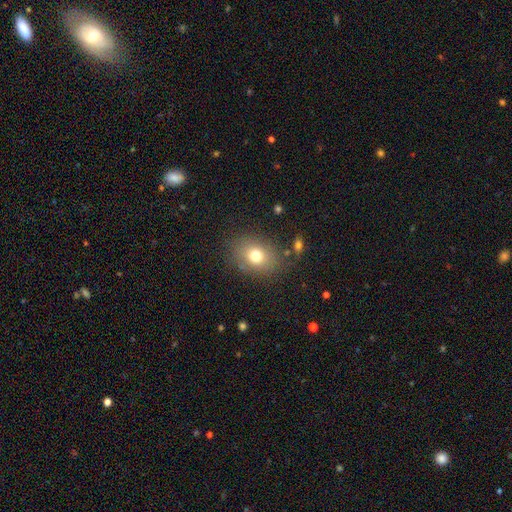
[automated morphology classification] smooth 75%, featured or disk 13%, star or artifact 12%. Down the decision tree: how rounded — in between (58%); merging — none (79%).